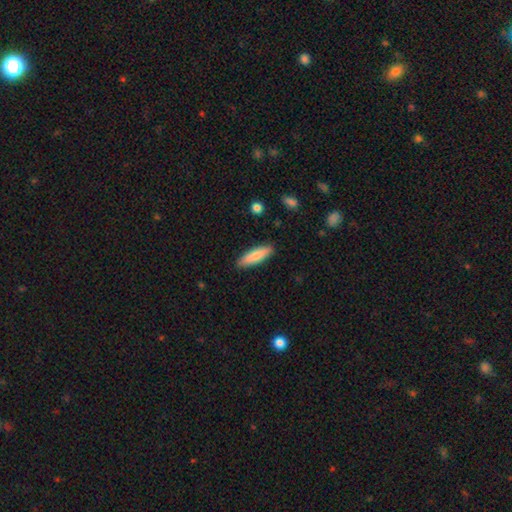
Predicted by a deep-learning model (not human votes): smooth_or_featured: smooth (p=0.79) [alt: featured or disk p=0.15]
how_rounded: cigar-shaped (p=0.63) [alt: in between p=0.35]
merging: none (p=0.88) [alt: minor disturbance p=0.09]